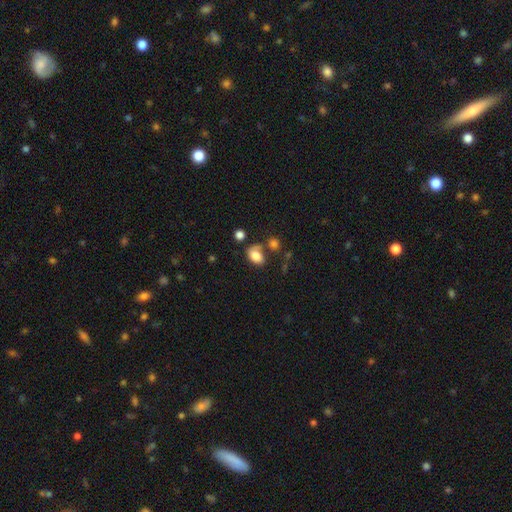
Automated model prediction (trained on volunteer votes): smooth-or-featured: smooth: 79% | featured or disk: 11% | star or artifact: 10%
  how-rounded: in between: 79% | round: 19% | cigar-shaped: 1%
  merging: none: 47% | minor disturbance: 22% | merger: 20% | major disturbance: 12%